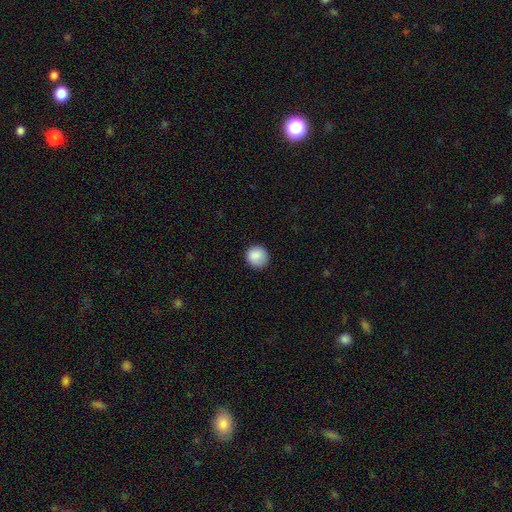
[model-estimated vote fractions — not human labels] This appears to be a smooth galaxy with no disk features (88%) that is round (92%). Merging: none (86%).